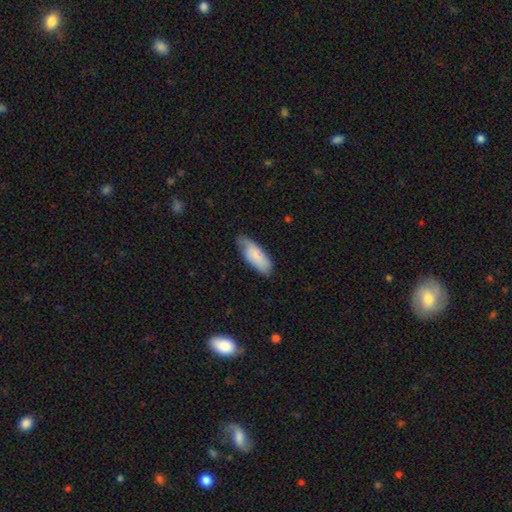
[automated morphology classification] This is likely a smooth galaxy (76%). How rounded: likely in between (73%). Merging: likely none (67%).